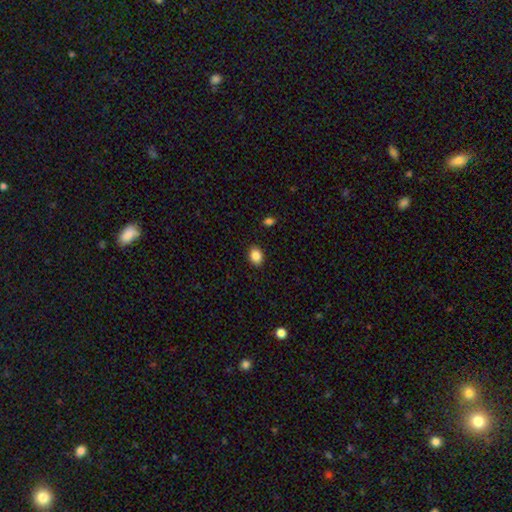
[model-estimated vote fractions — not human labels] Smooth or featured: smooth — 87% (star or artifact — 9%)
How rounded: in between — 61% (round — 38%)
Merging: none — 89% (minor disturbance — 8%)